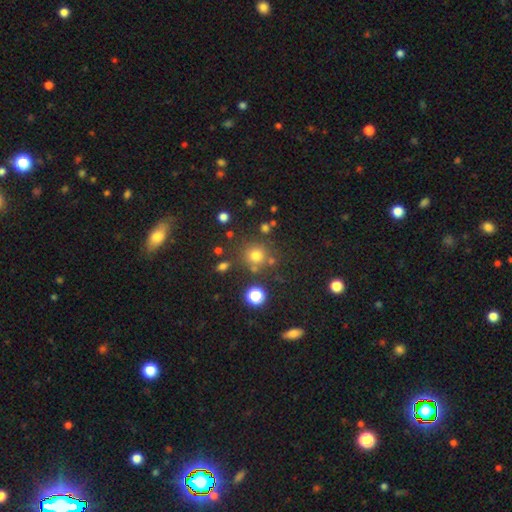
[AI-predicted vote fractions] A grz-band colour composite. It shows a smooth galaxy with no disk features (72%) that is round (91%). Merging: none (76%).